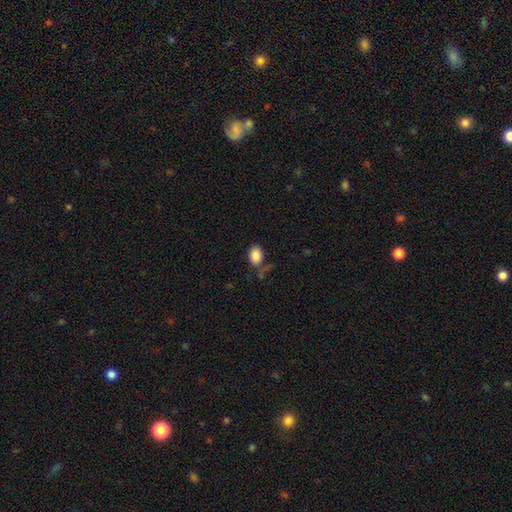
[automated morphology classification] The model was most divided on "merging": none: 68%, minor disturbance: 18%, merger: 7%, major disturbance: 7%. More confident: smooth or featured — smooth (86%); how rounded — in between (84%).